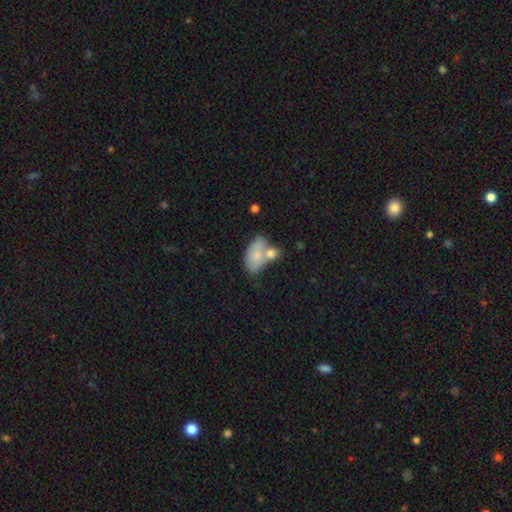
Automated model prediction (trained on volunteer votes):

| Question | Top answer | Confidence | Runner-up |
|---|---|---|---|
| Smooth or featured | smooth | 72% | featured or disk (22%) |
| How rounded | in between | 91% | round (7%) |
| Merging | merger | 45% | none (32%) |